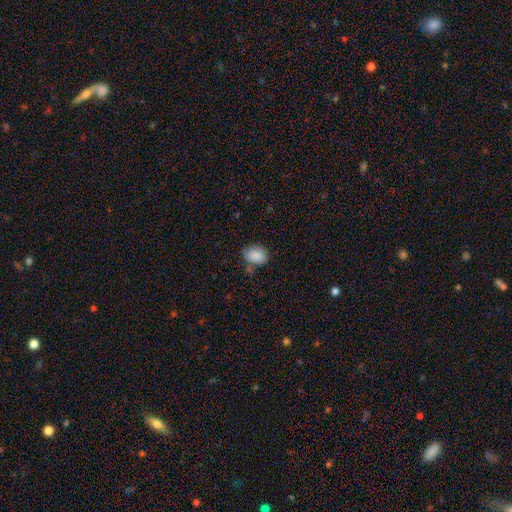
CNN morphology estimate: The model was most divided on "how rounded": in between: 68%, round: 31%, cigar-shaped: 1%. More confident: smooth or featured — smooth (87%); merging — none (68%).